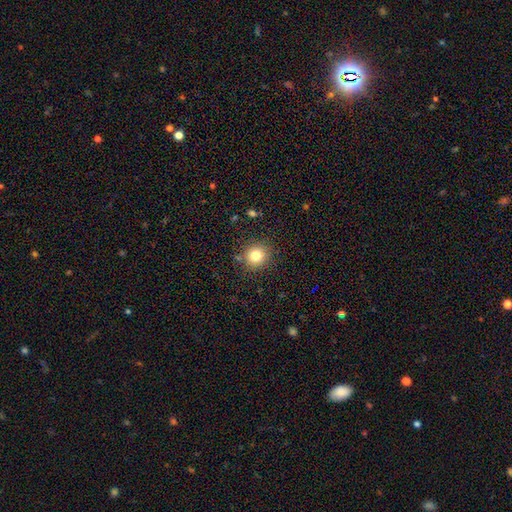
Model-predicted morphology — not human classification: smooth_or_featured: smooth (p=0.79) [alt: star or artifact p=0.13]
how_rounded: round (p=0.90) [alt: in between p=0.09]
merging: none (p=0.87) [alt: minor disturbance p=0.08]